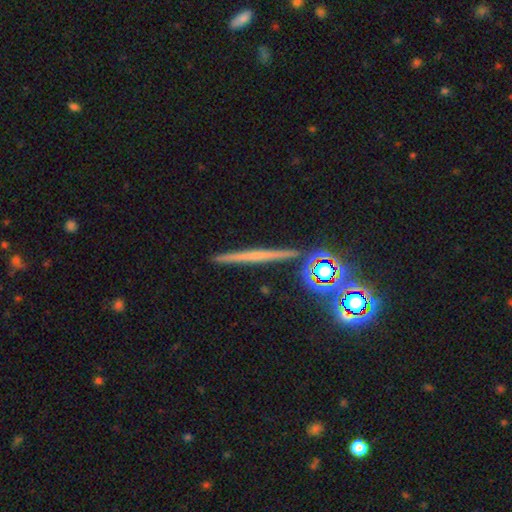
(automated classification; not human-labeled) smooth-or-featured: featured or disk: 46% | smooth: 33% | star or artifact: 21%
  merging: none: 90% | minor disturbance: 6% | merger: 2% | major disturbance: 2%